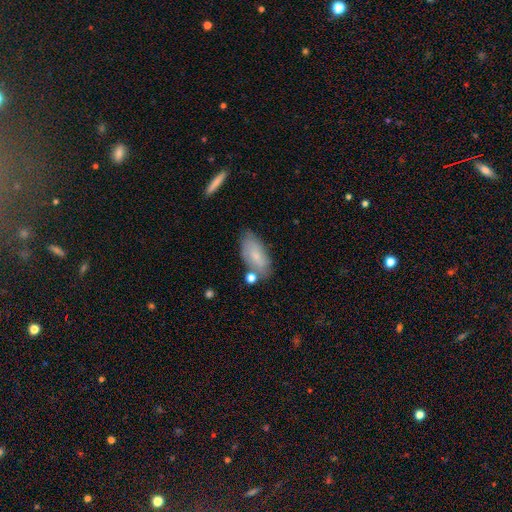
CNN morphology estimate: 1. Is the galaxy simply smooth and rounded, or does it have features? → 70% smooth, 24% featured or disk, 7% star or artifact.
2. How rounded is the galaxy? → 89% in between, 8% cigar-shaped, 3% round.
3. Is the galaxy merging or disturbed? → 62% none, 23% minor disturbance, 10% merger, 6% major disturbance.